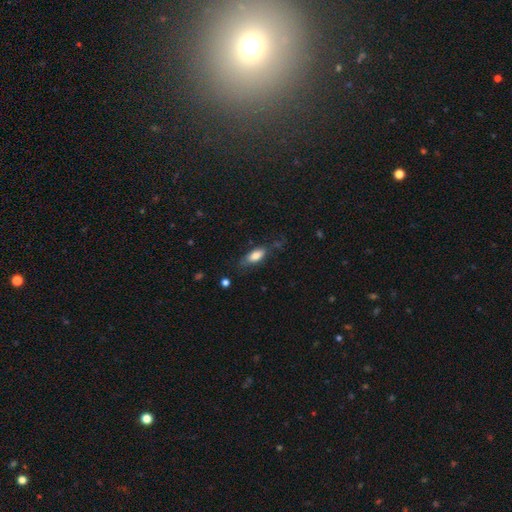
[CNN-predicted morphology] This appears to be a smooth galaxy with no disk features (79%) that is in between round and cigar-shaped (79%). Merging: none (67%).